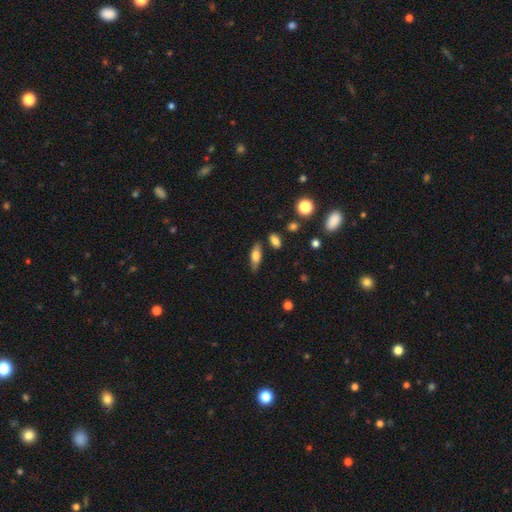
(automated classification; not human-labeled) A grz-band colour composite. It shows a smooth galaxy with no disk features (65%) that is in between round and cigar-shaped (68%). Merging: none (80%).